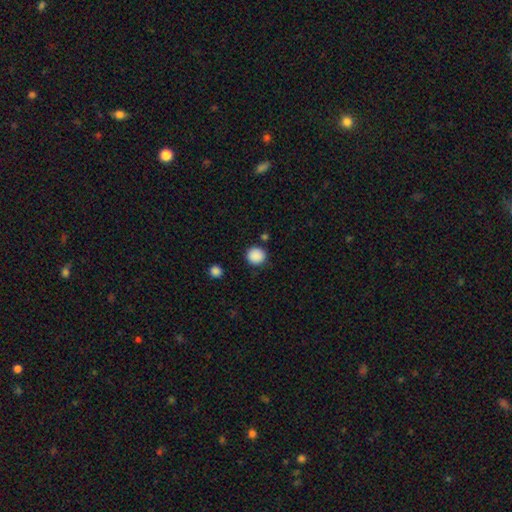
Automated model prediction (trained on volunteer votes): Q: Smooth or featured?
A: smooth (89%); runner-up: star or artifact (9%)
Q: How rounded?
A: round (93%); runner-up: in between (6%)
Q: Merging?
A: none (88%); runner-up: minor disturbance (7%)